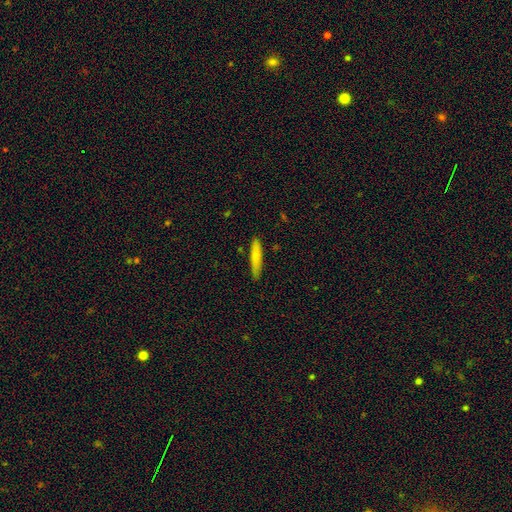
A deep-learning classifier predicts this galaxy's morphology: The model was most divided on "smooth or featured": smooth: 75%, featured or disk: 19%, star or artifact: 6%. More confident: how rounded — cigar-shaped (89%); merging — none (86%).